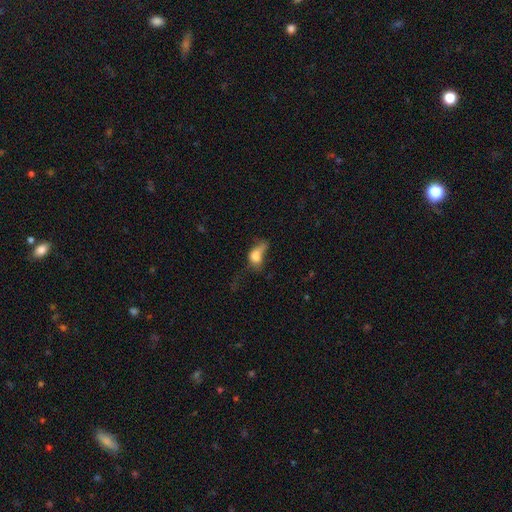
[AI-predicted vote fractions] Smooth or featured?
  - smooth: 67% *
  - featured or disk: 21%
  - star or artifact: 12%
How rounded?
  - in between: 73% *
  - round: 21%
  - cigar-shaped: 5%
Merging?
  - major disturbance: 48% *
  - minor disturbance: 21%
  - none: 18%
  - merger: 13%